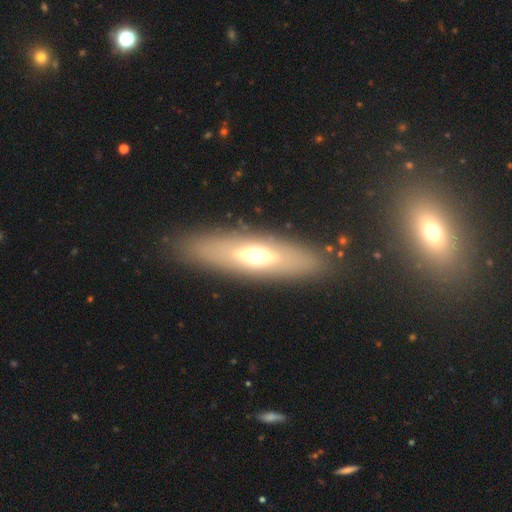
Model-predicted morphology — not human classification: Smooth or featured: smooth — 47% (featured or disk — 45%)
Merging: none — 85% (minor disturbance — 9%)